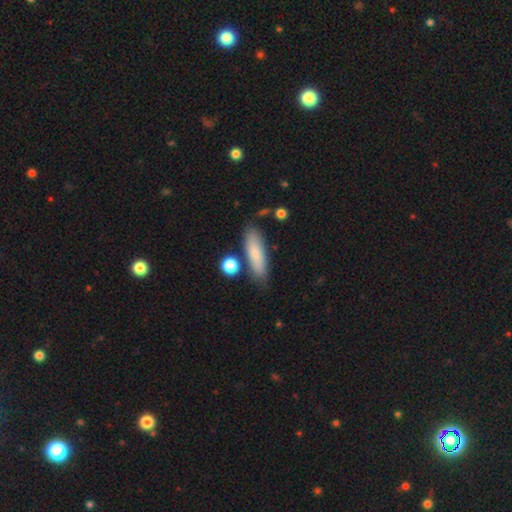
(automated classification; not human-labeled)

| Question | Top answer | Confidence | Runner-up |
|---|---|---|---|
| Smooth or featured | smooth | 79% | featured or disk (15%) |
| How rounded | cigar-shaped | 54% | in between (43%) |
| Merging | none | 77% | minor disturbance (13%) |